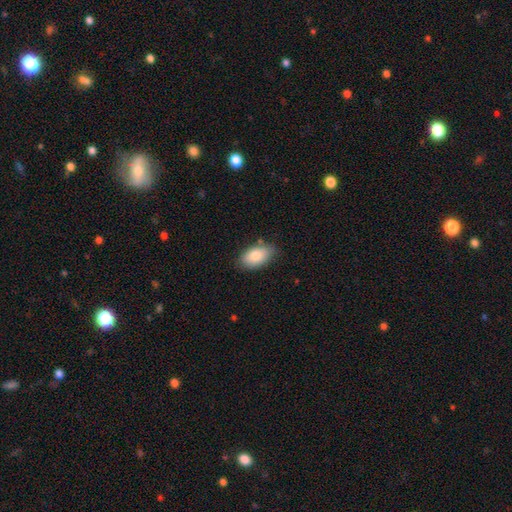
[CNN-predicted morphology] smooth_or_featured: smooth (p=0.84) [alt: featured or disk p=0.09]
how_rounded: in between (p=0.93) [alt: round p=0.05]
merging: none (p=0.77) [alt: minor disturbance p=0.17]